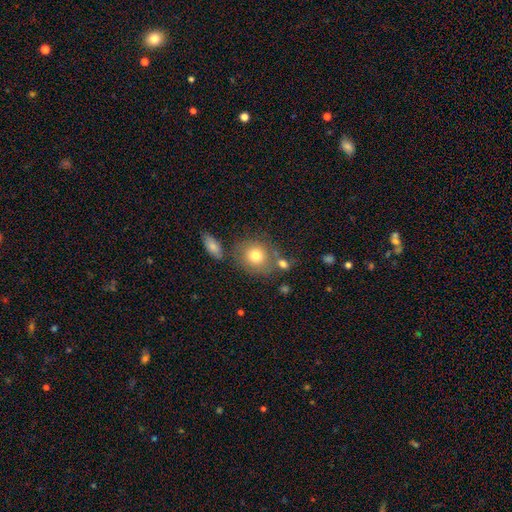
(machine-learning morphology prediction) This appears to be a smooth galaxy with no disk features (77%) that is round (80%). Merging: none (67%).